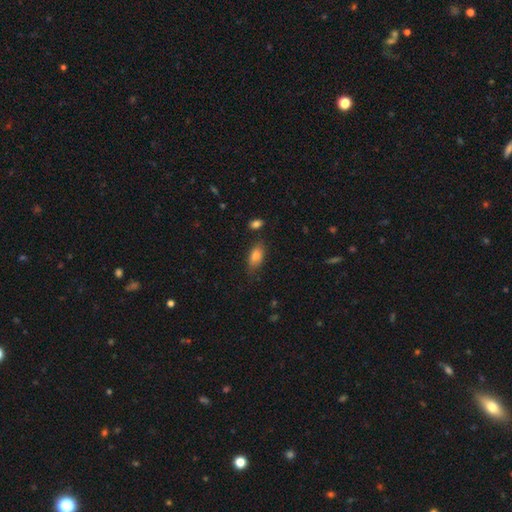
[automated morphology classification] Overall: smooth (81%). How rounded: in between (85%). Merging: none (74%).